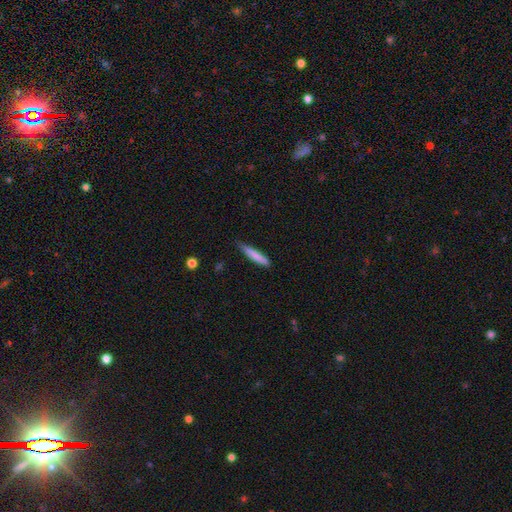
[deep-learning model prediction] Smooth or featured?
  - smooth: 78% *
  - featured or disk: 16%
  - star or artifact: 6%
How rounded?
  - cigar-shaped: 92% *
  - in between: 7%
  - round: 1%
Merging?
  - none: 74% *
  - minor disturbance: 22%
  - major disturbance: 3%
  - merger: 2%